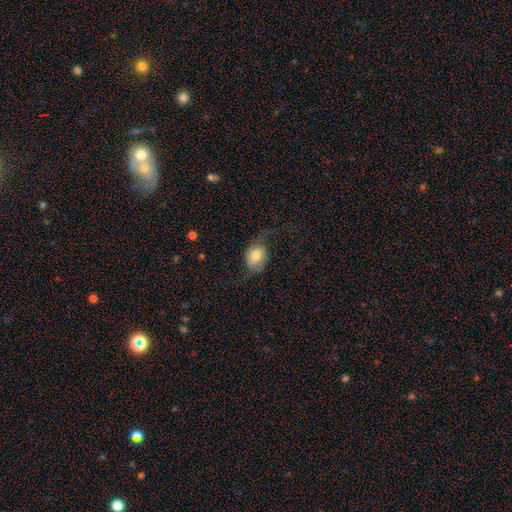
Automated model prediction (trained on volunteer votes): Overall: smooth (66%; featured or disk 26%). How rounded: in between (52%; round 46%). Merging: none (42%; major disturbance 31%).